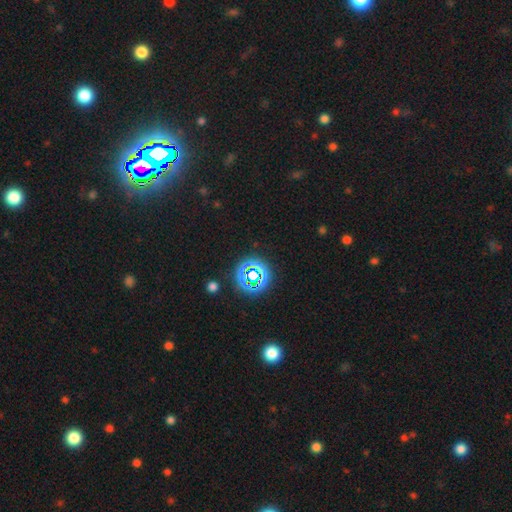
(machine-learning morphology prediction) type=star or artifact (61%).